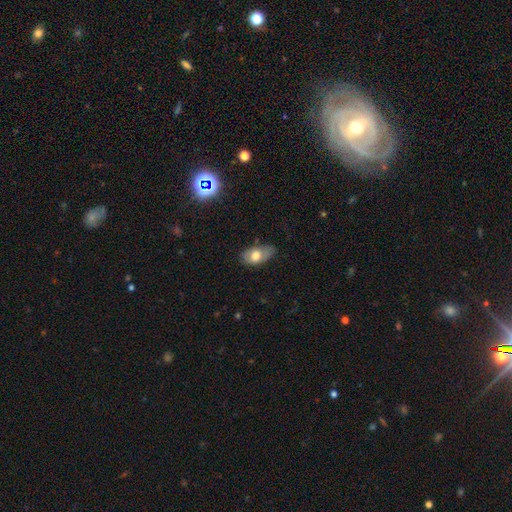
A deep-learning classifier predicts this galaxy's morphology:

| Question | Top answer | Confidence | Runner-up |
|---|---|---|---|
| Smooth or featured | smooth | 63% | featured or disk (29%) |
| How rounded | in between | 91% | round (7%) |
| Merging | none | 59% | minor disturbance (31%) |